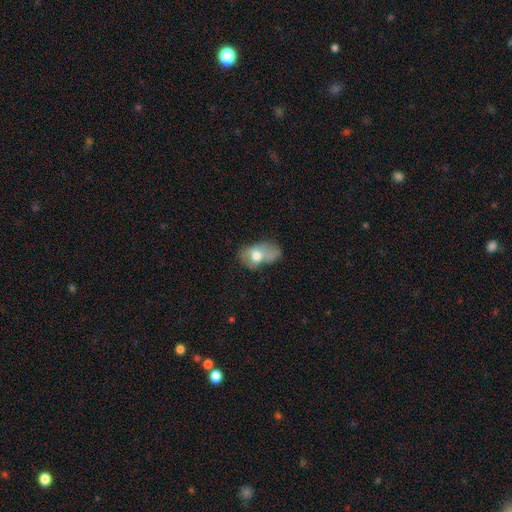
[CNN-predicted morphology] smooth-or-featured: smooth: 62% | featured or disk: 29% | star or artifact: 9%
  how-rounded: in between: 83% | round: 15% | cigar-shaped: 2%
  merging: major disturbance: 35% | minor disturbance: 29% | none: 24% | merger: 13%